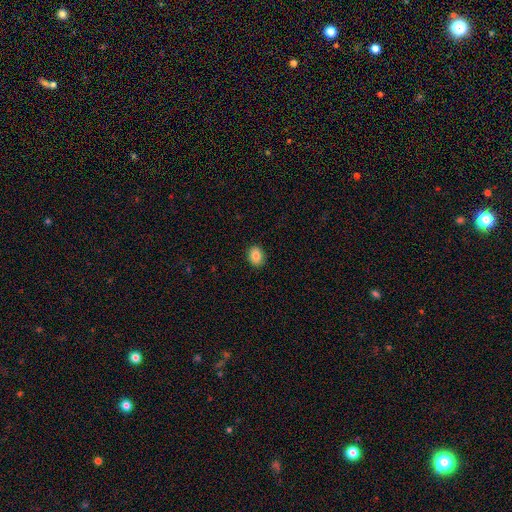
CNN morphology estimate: Smooth or featured? smooth (86%)
How rounded? in between (61%)
Merging? none (90%)